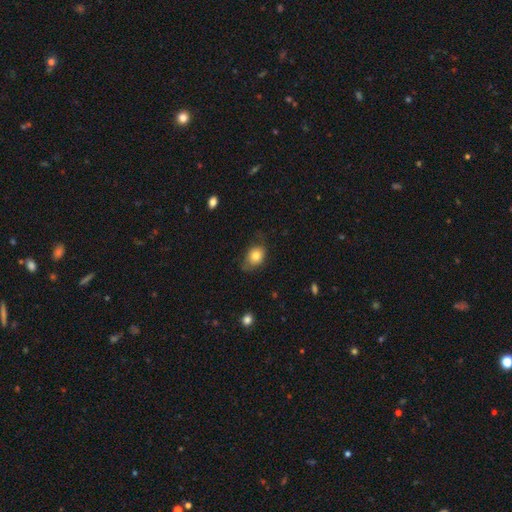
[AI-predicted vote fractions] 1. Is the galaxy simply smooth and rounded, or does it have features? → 80% smooth, 11% featured or disk, 9% star or artifact.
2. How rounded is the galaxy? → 57% in between, 41% round, 1% cigar-shaped.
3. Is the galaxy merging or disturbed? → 61% none, 29% minor disturbance, 8% major disturbance, 1% merger.